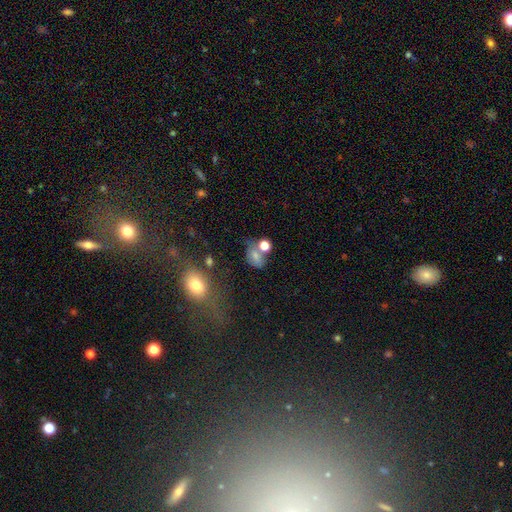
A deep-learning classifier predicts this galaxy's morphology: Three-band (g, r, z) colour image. It shows a smooth galaxy with no disk features (70%) that is in between round and cigar-shaped (68%). Merging: none (43%).